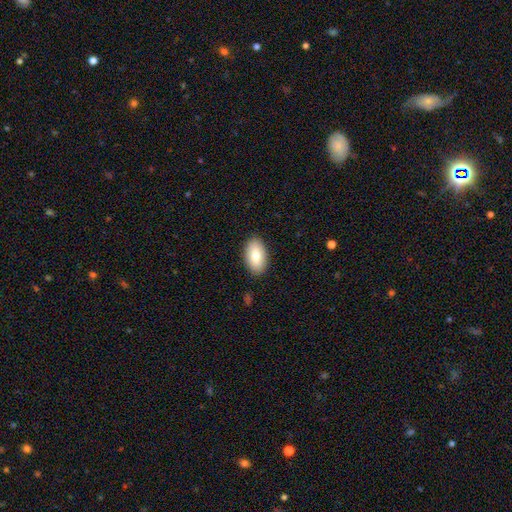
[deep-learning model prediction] Smooth or featured?
  - smooth: 79% *
  - featured or disk: 15%
  - star or artifact: 6%
How rounded?
  - in between: 94% *
  - round: 4%
  - cigar-shaped: 2%
Merging?
  - none: 88% *
  - minor disturbance: 9%
  - major disturbance: 2%
  - merger: 1%